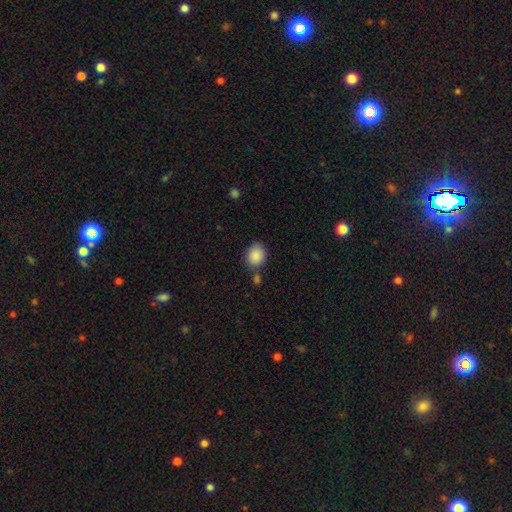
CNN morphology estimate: A smooth galaxy with no disk features (89%) that is round (59%). Merging: none (73%).